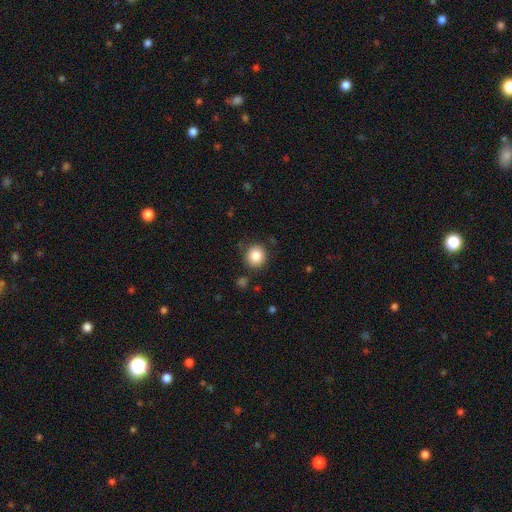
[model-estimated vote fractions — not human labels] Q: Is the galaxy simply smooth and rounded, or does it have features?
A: smooth — 85%.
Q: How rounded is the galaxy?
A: round — 89%.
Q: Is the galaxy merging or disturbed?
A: none — 86%.